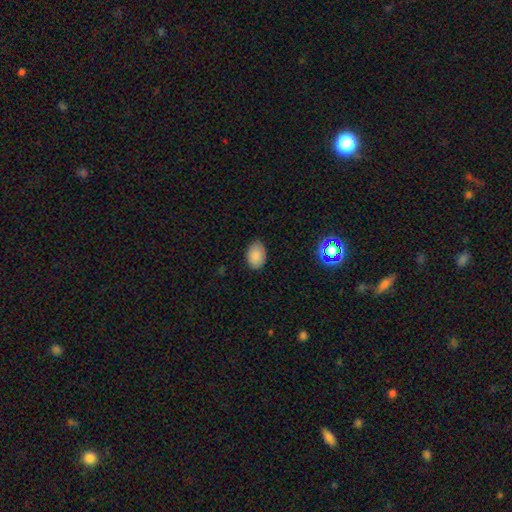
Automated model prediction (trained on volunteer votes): A smooth galaxy with no disk features (86%) that is in between round and cigar-shaped (84%). Merging: none (83%).